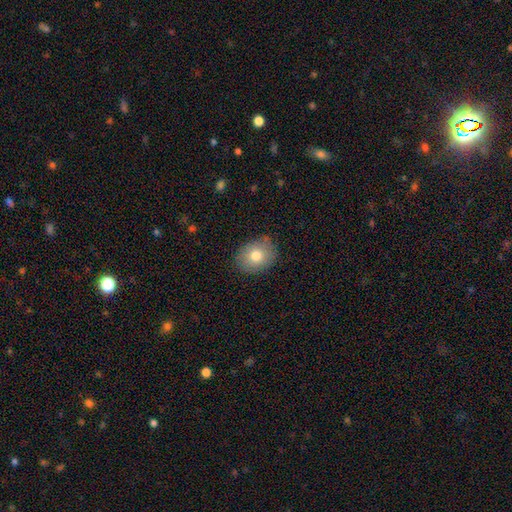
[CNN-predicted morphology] Smooth or featured?
  - smooth: 77% *
  - featured or disk: 14%
  - star or artifact: 9%
How rounded?
  - in between: 52% *
  - round: 47%
  - cigar-shaped: 1%
Merging?
  - none: 82% *
  - minor disturbance: 13%
  - major disturbance: 3%
  - merger: 1%